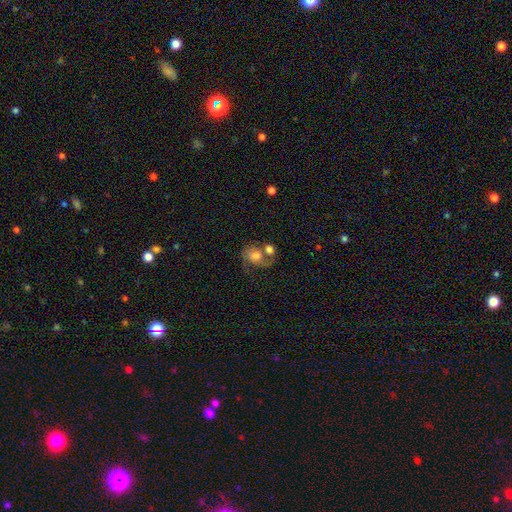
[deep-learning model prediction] featured or disk 50%, smooth 40%, star or artifact 9%. Down the decision tree: edge-on disk — no (97%); merging — merger (43%).